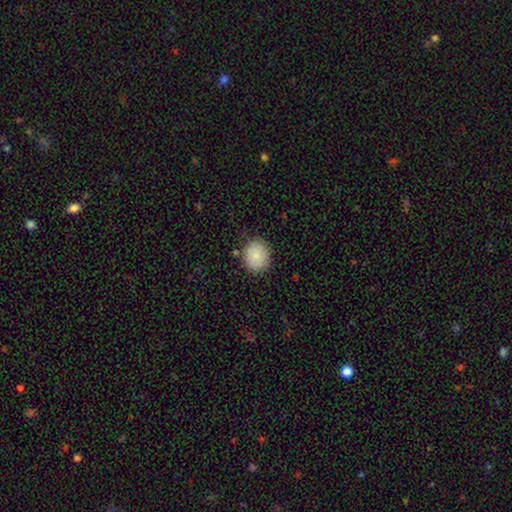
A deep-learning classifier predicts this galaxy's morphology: smooth-or-featured: smooth: 86% | star or artifact: 8% | featured or disk: 6%
  how-rounded: round: 72% | in between: 27% | cigar-shaped: 1%
  merging: none: 83% | minor disturbance: 12% | major disturbance: 3% | merger: 2%